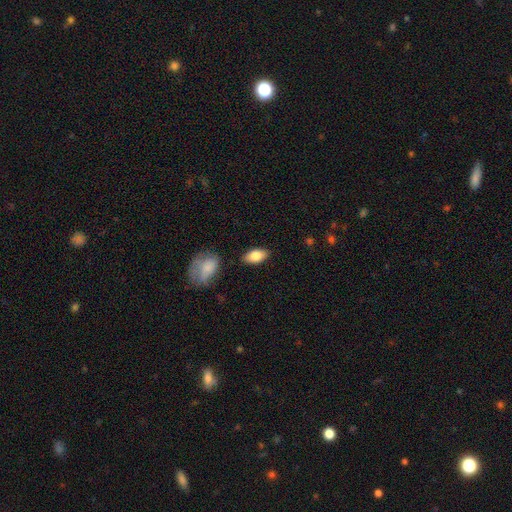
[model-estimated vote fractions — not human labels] smooth 82%, featured or disk 12%, star or artifact 7%. Down the decision tree: how rounded — in between (92%); merging — none (85%).